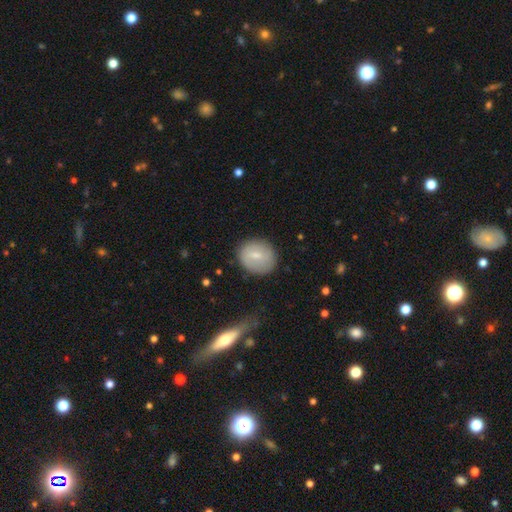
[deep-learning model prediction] Smooth or featured?
  - smooth: 71% *
  - featured or disk: 22%
  - star or artifact: 7%
How rounded?
  - round: 67% *
  - in between: 32%
  - cigar-shaped: 1%
Merging?
  - none: 78% *
  - minor disturbance: 15%
  - major disturbance: 5%
  - merger: 2%